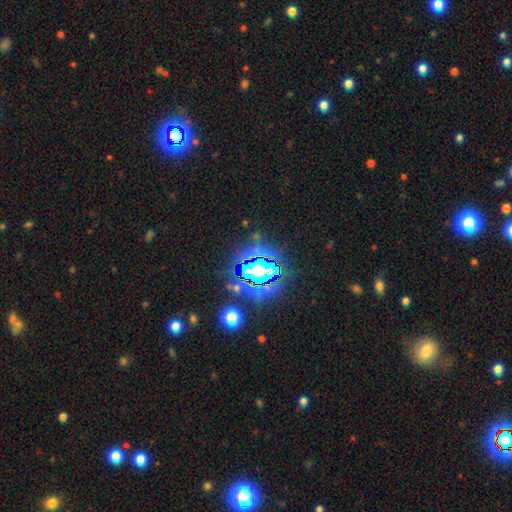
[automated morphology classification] smooth-or-featured: star or artifact: 79% | smooth: 12% | featured or disk: 9%